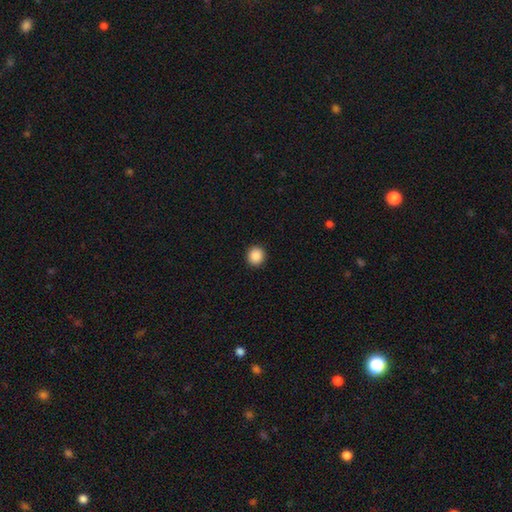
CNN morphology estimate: Smooth or featured: smooth — 89% (star or artifact — 9%)
How rounded: round — 91% (in between — 8%)
Merging: none — 92% (minor disturbance — 5%)